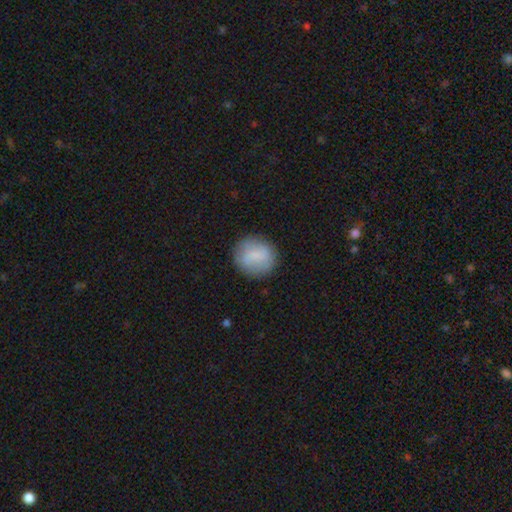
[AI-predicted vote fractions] Morphology: type=smooth (72%); roundness=round (87%); merging=none (83%).